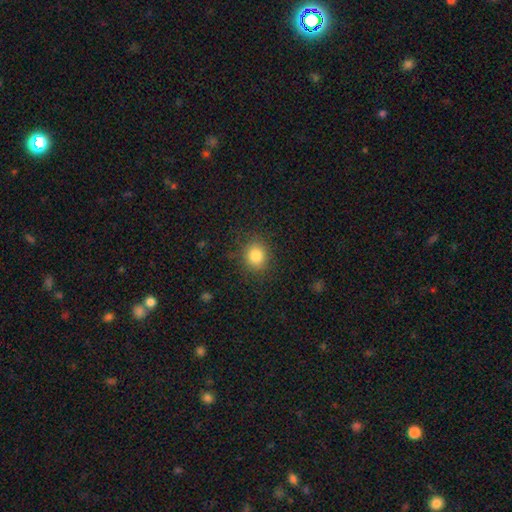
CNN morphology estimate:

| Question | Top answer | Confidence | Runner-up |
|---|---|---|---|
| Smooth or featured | smooth | 83% | star or artifact (11%) |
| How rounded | round | 75% | in between (24%) |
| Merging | none | 85% | minor disturbance (10%) |